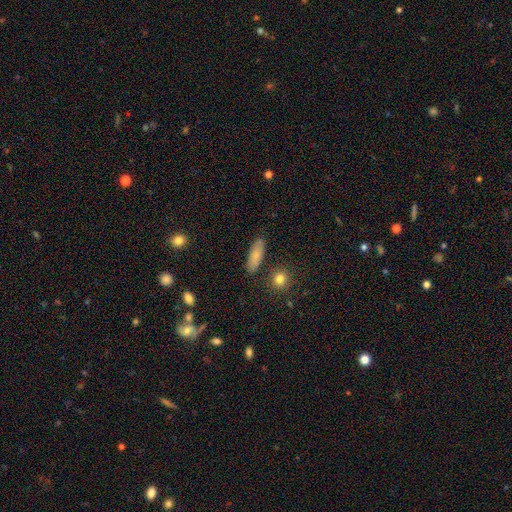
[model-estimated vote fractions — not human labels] A smooth galaxy with no disk features (80%) that is in between round and cigar-shaped (62%).

Vote fractions:
- Smooth or featured? smooth: 80% / featured or disk: 13% / star or artifact: 7%
- How rounded? in between: 62% / cigar-shaped: 35% / round: 3%
- Merging? none: 85% / minor disturbance: 10% / merger: 3% / major disturbance: 2%